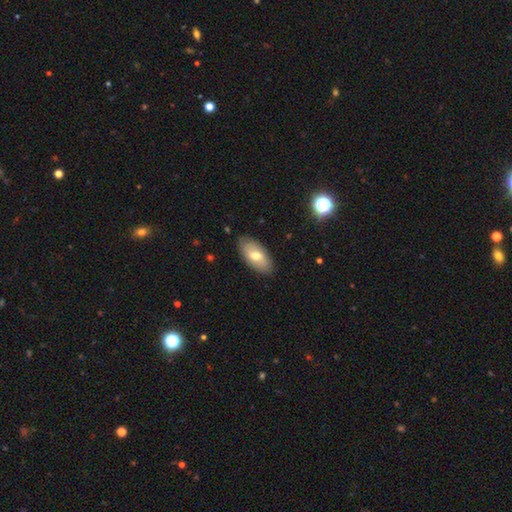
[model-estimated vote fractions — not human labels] A smooth galaxy with no disk features (65%) that is in between round and cigar-shaped (93%). Merging: none (86%).